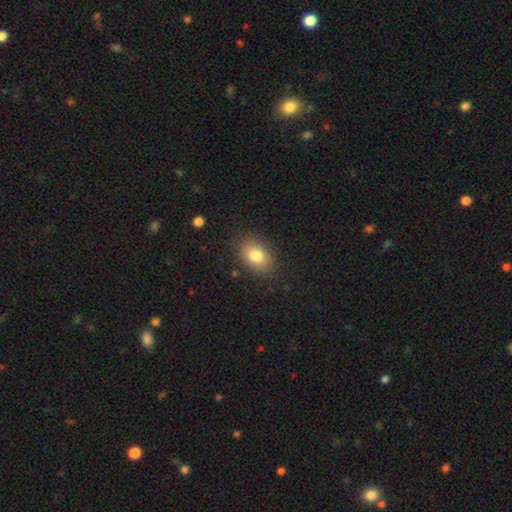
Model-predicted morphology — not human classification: type=smooth (81%); roundness=in between (82%); merging=none (85%).